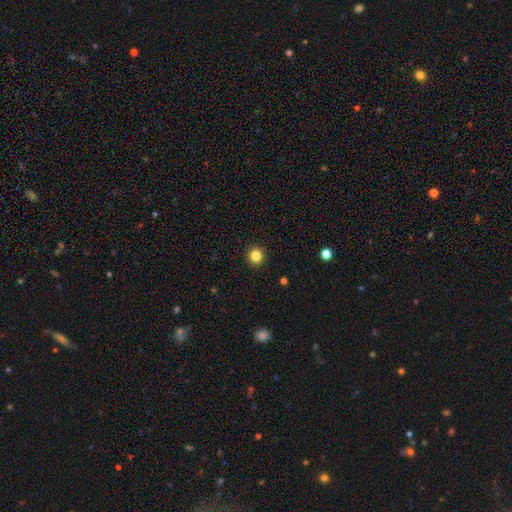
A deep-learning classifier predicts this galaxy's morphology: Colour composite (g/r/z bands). It shows a smooth galaxy with no disk features (84%) that is round (93%). Merging: none (93%).